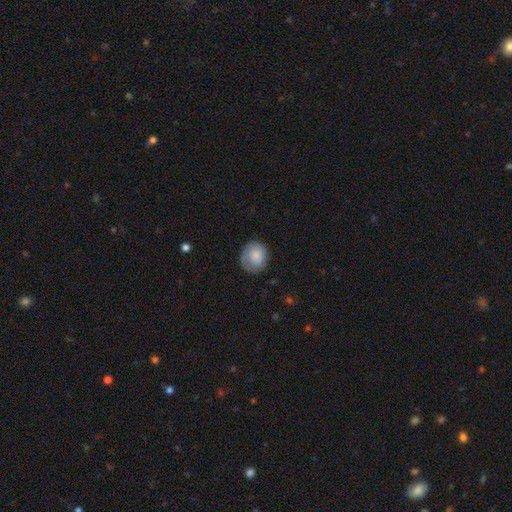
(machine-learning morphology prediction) Smooth or featured? smooth (75%)
How rounded? round (72%)
Merging? none (69%)